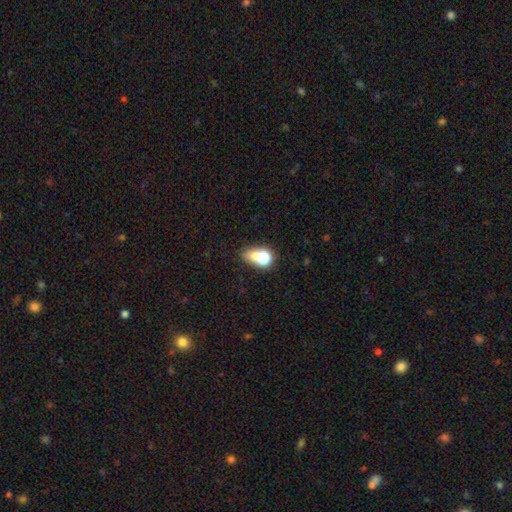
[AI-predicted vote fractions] This appears to be a smooth galaxy with no disk features (63%) that is in between round and cigar-shaped (50%). Merging: none (40%).